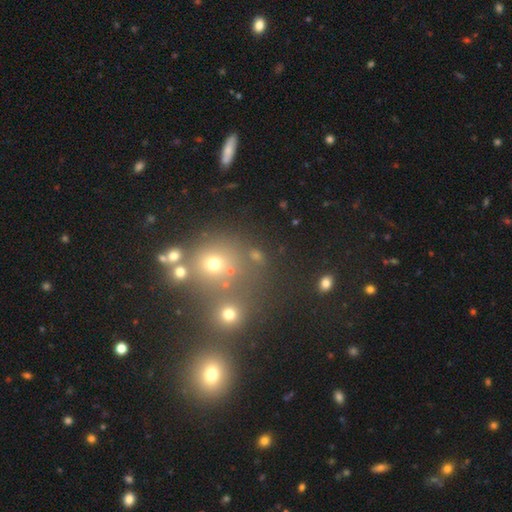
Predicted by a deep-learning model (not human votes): Smooth or featured: smooth — 58% (star or artifact — 31%)
How rounded: round — 75% (in between — 23%)
Merging: none — 68% (merger — 16%)